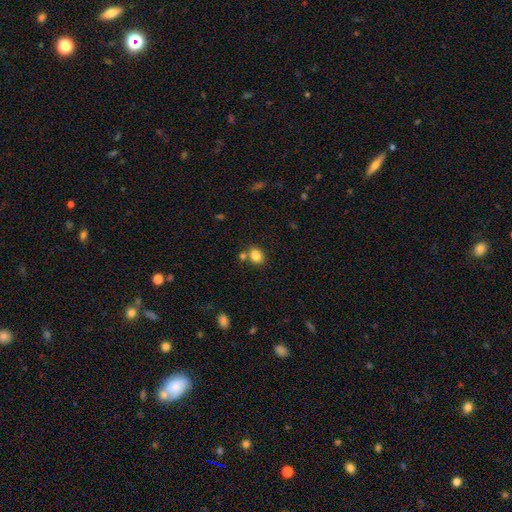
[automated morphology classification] This appears to be a smooth galaxy with no disk features (84%) that is in between round and cigar-shaped (51%). Merging: none (69%).